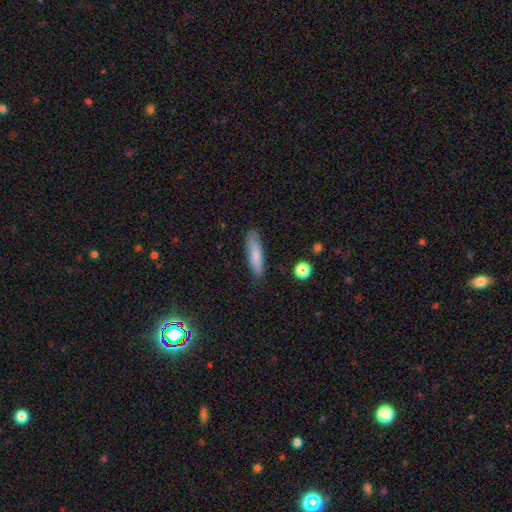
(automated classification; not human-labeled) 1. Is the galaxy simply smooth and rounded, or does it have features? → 80% smooth, 13% featured or disk, 7% star or artifact.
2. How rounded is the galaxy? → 72% cigar-shaped, 26% in between, 2% round.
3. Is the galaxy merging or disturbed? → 84% none, 12% minor disturbance, 3% major disturbance, 2% merger.